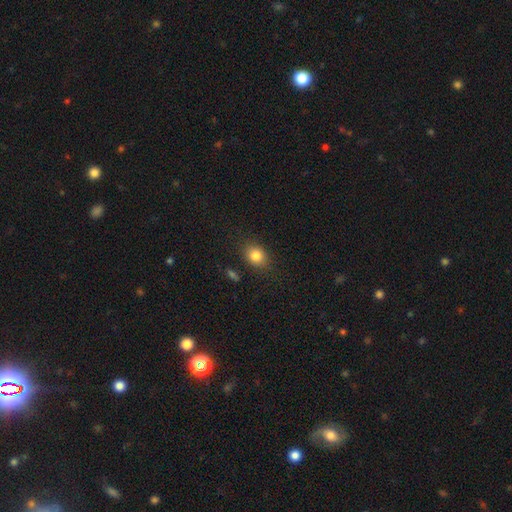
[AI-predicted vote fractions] A smooth galaxy with no disk features (83%) that is in between round and cigar-shaped (56%). Merging: none (83%).